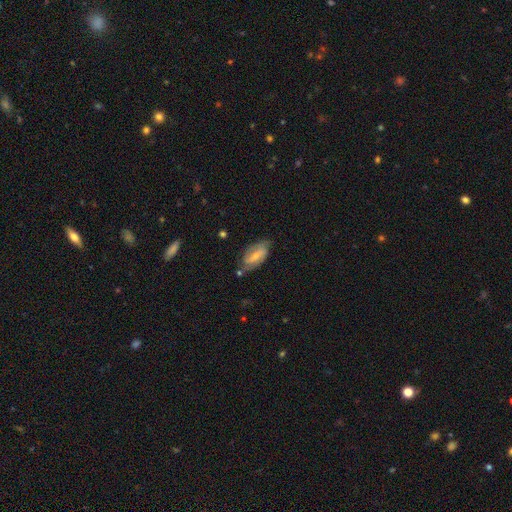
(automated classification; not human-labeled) The model was most divided on "bar": weak: 47%, strong: 29%, no: 25%. More confident: edge-on disk — no (92%); spiral arms — yes (84%); merging — none (63%); smooth or featured — featured or disk (57%); bulge size — small (57%).